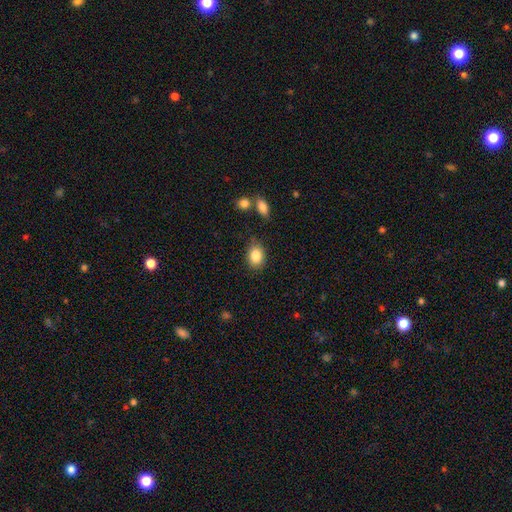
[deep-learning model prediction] smooth-or-featured: smooth: 85% | star or artifact: 9% | featured or disk: 6%
  how-rounded: in between: 65% | round: 34% | cigar-shaped: 1%
  merging: none: 81% | minor disturbance: 13% | major disturbance: 3% | merger: 3%